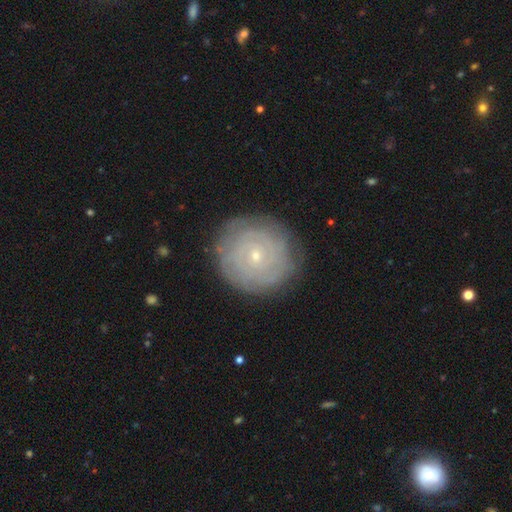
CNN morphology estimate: A featured or disk galaxy (68%) with no bar (81%), tight (87%) spiral arms (85%) and a small central bulge (83%). Merging: none (84%).